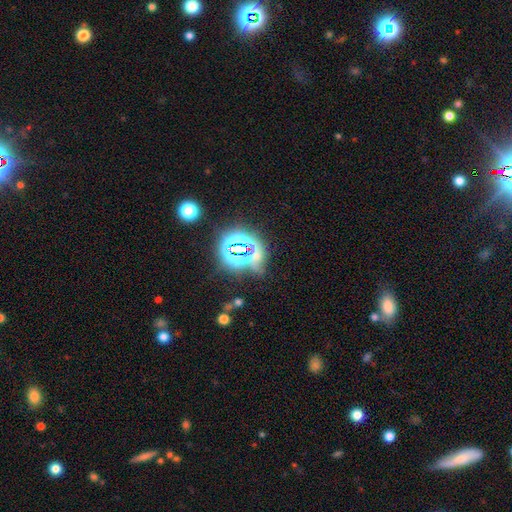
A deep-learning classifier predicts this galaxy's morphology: Q: Smooth or featured?
A: star or artifact (69%); runner-up: smooth (20%)